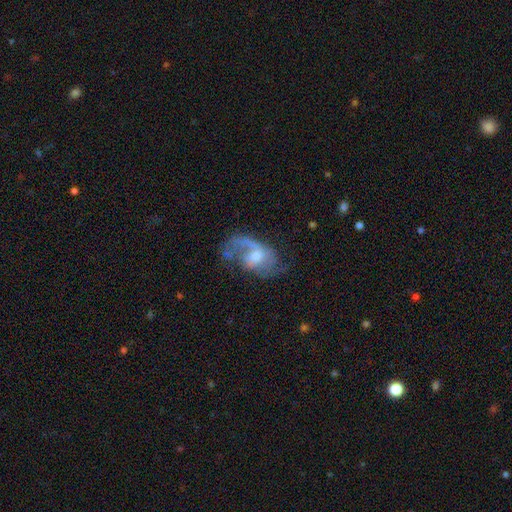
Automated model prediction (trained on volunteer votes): Morphology: type=featured or disk (80%); edge-on=no (96%); bar=no (49%); spiral arms=yes (91%); winding=loose (47%); arm count=2 (56%); bulge=moderate (58%); merging=none (50%).